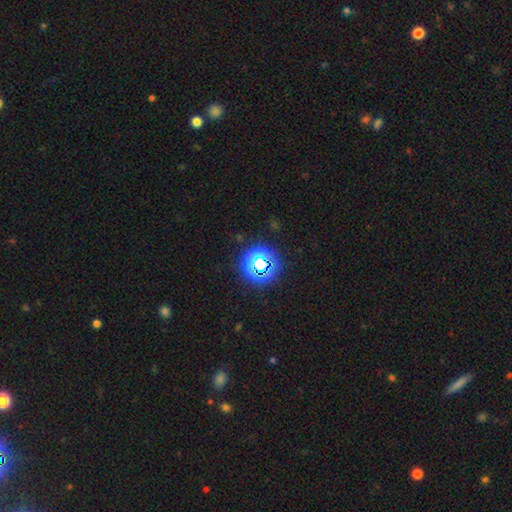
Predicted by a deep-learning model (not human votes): smooth_or_featured: star or artifact (p=0.62) [alt: smooth p=0.32]